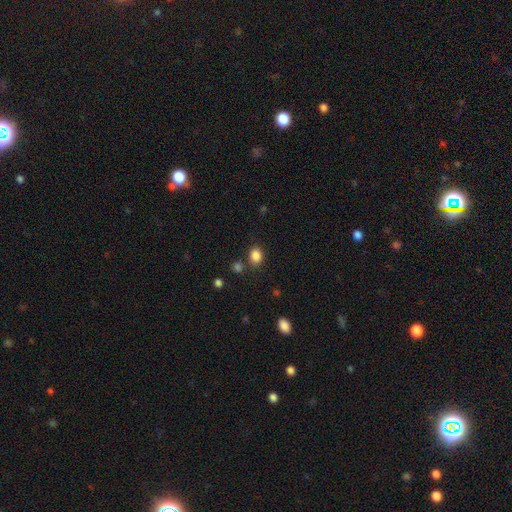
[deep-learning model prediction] smooth_or_featured: smooth (p=0.85) [alt: star or artifact p=0.11]
how_rounded: in between (p=0.54) [alt: round p=0.45]
merging: none (p=0.78) [alt: minor disturbance p=0.11]